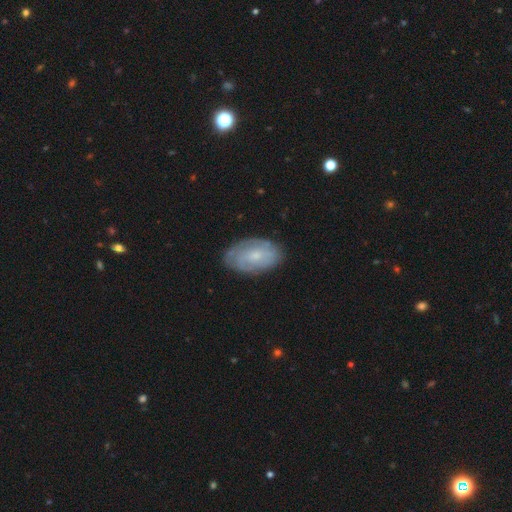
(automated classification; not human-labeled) Smooth or featured?
  - featured or disk: 54% *
  - smooth: 39%
  - star or artifact: 7%
Edge-on disk?
  - no: 94% *
  - yes: 6%
Bar?
  - no: 66% *
  - weak: 29%
  - strong: 5%
Spiral arms?
  - yes: 73% *
  - no: 27%
Bulge size?
  - small: 64% *
  - moderate: 28%
  - none: 5%
  - large: 2%
  - dominant: 1%
Merging?
  - none: 78% *
  - minor disturbance: 17%
  - major disturbance: 4%
  - merger: 1%